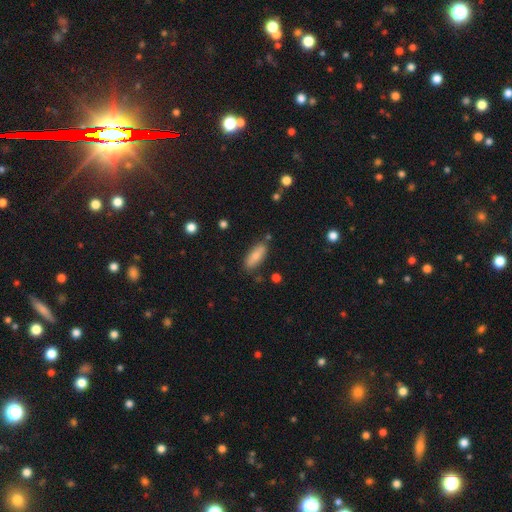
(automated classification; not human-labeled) Overall: smooth (78%). How rounded: in between (68%; cigar-shaped 29%). Merging: none (81%).